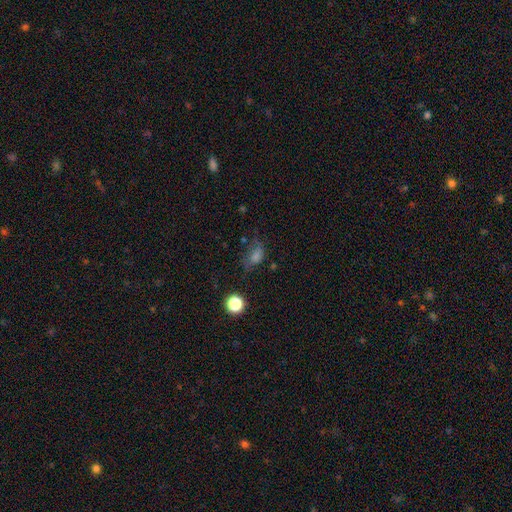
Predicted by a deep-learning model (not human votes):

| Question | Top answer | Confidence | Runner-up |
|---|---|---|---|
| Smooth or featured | smooth | 56% | star or artifact (26%) |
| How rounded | in between | 72% | round (24%) |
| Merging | none | 50% | minor disturbance (26%) |